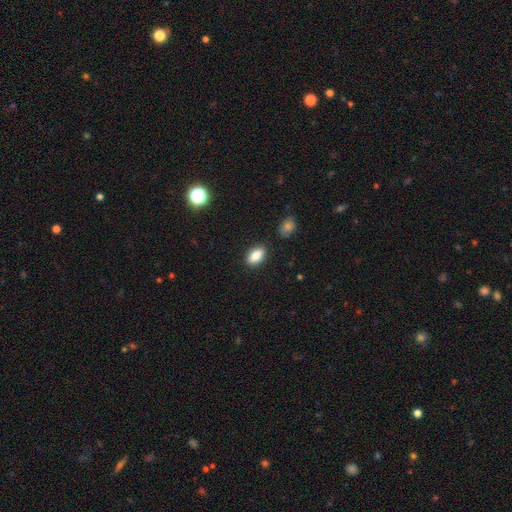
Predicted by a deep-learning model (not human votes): Smooth or featured: smooth — 85% (star or artifact — 8%)
How rounded: in between — 90% (round — 5%)
Merging: none — 85% (minor disturbance — 10%)